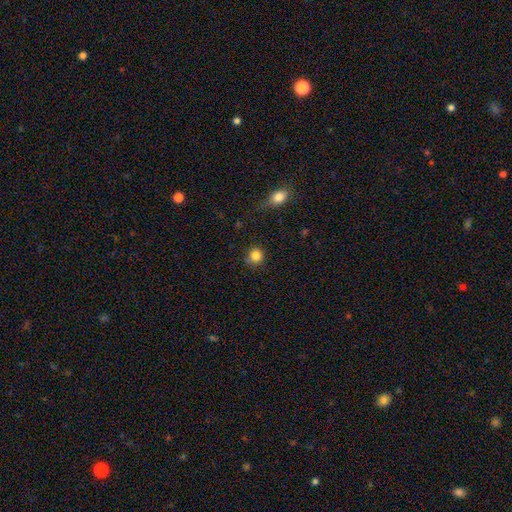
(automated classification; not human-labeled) smooth_or_featured: smooth (p=0.85) [alt: star or artifact p=0.10]
how_rounded: round (p=0.88) [alt: in between p=0.11]
merging: none (p=0.77) [alt: minor disturbance p=0.17]